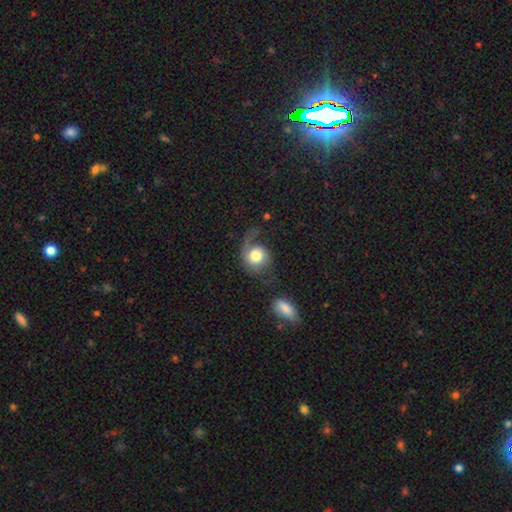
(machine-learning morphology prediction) type=smooth (47%); merging=major disturbance (39%).